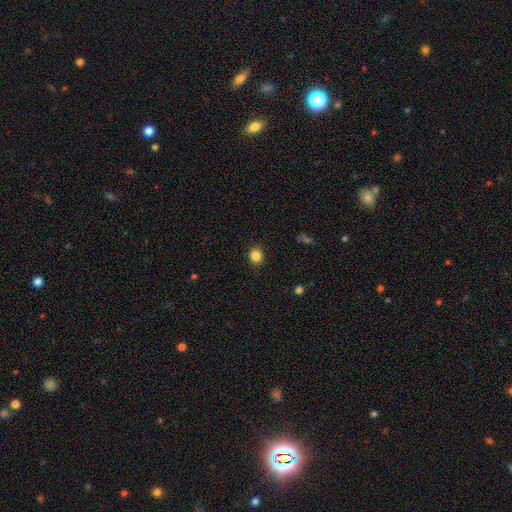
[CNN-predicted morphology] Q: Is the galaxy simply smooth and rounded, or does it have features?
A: smooth — 86%.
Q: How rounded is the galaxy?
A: round — 77%.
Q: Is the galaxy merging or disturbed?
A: none — 90%.